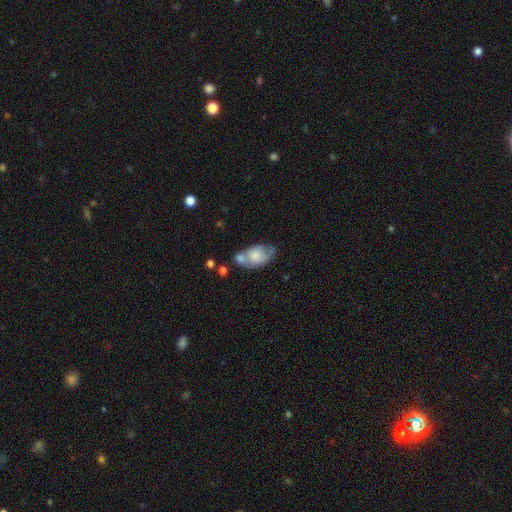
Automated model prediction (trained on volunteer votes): This is likely a smooth galaxy (62%). How rounded: clearly in between (87%). Merging: marginally merger (36%).